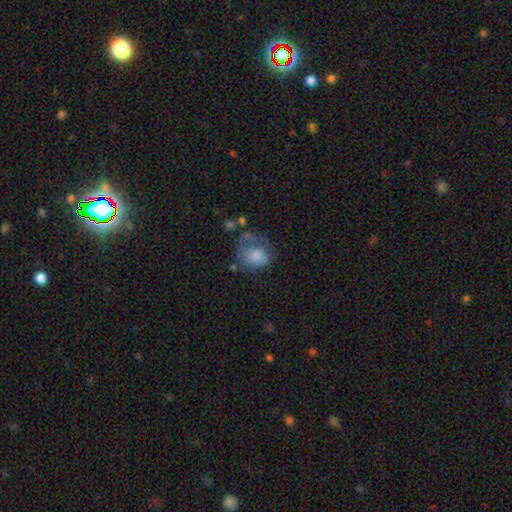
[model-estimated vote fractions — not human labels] Smooth or featured: smooth — 68% (featured or disk — 23%)
How rounded: round — 60% (in between — 40%)
Merging: none — 33% (tied with major disturbance — 33%)